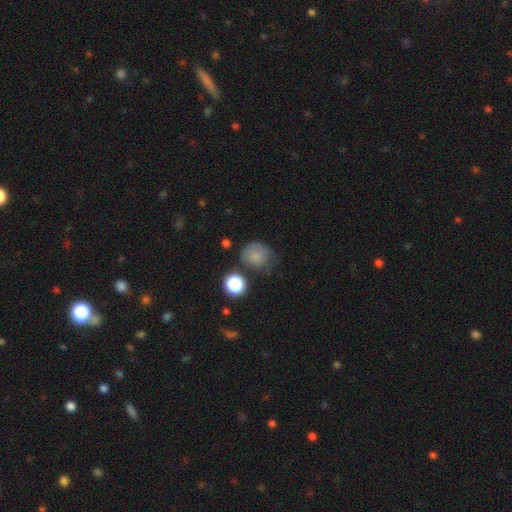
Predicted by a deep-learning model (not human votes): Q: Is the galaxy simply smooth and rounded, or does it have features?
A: smooth — 77%.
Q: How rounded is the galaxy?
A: round — 75%.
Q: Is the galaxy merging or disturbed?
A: none — 55%.